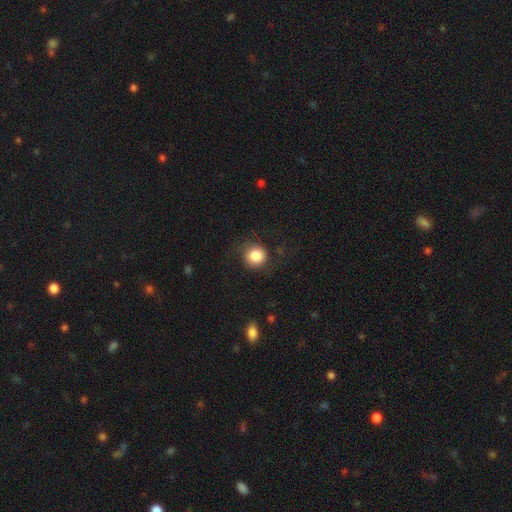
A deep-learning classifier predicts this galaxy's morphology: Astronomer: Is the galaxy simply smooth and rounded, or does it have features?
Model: smooth — 84%.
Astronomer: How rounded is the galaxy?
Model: round — 90%.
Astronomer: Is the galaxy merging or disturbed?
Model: none — 78%.